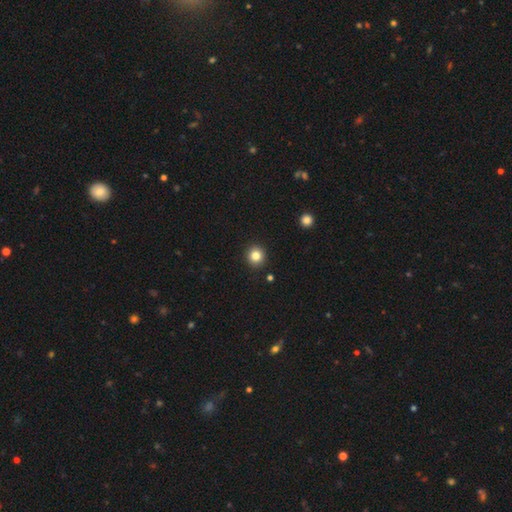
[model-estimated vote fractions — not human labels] A smooth galaxy with no disk features (82%) that is round (93%). Merging: none (92%).